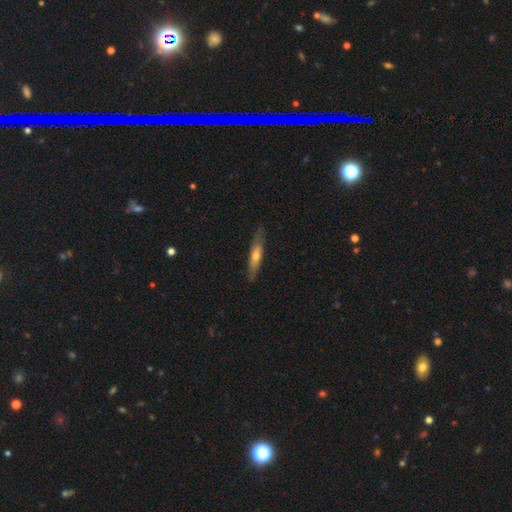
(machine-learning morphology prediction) Smooth or featured? featured or disk (51%)
Edge-on disk? yes (77%)
Merging? none (81%)